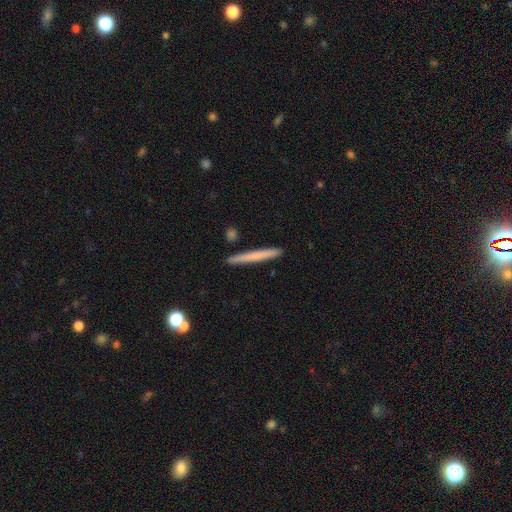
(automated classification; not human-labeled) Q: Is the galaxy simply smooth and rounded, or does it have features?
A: smooth — 66%.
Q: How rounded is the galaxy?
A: cigar-shaped — 97%.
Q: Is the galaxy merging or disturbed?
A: none — 90%.